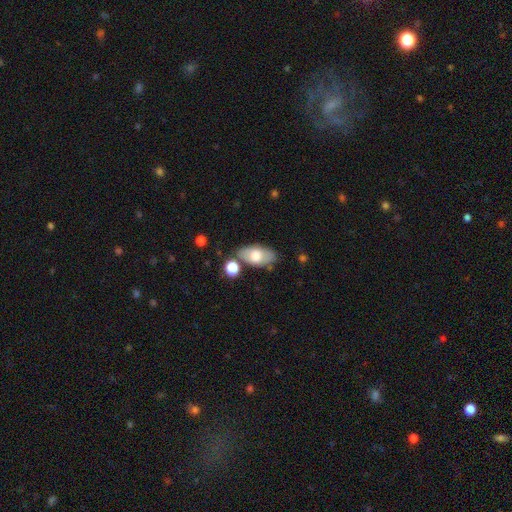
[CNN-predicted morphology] Smooth or featured?
  - smooth: 66% *
  - featured or disk: 28%
  - star or artifact: 7%
How rounded?
  - in between: 91% *
  - cigar-shaped: 5%
  - round: 4%
Merging?
  - none: 71% *
  - minor disturbance: 16%
  - merger: 8%
  - major disturbance: 5%